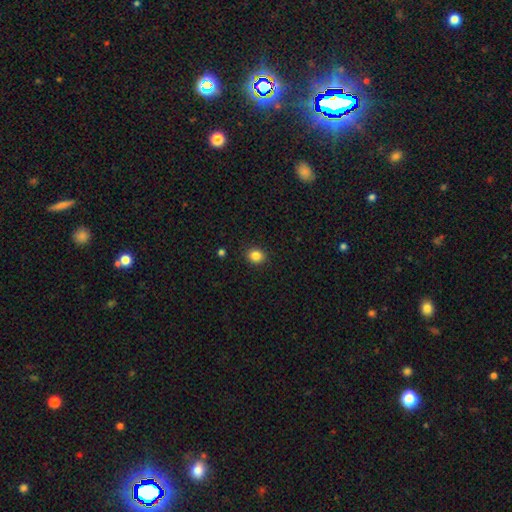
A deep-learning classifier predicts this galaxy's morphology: This is clearly a smooth galaxy (85%). How rounded: likely round (74%). Merging: clearly none (90%).